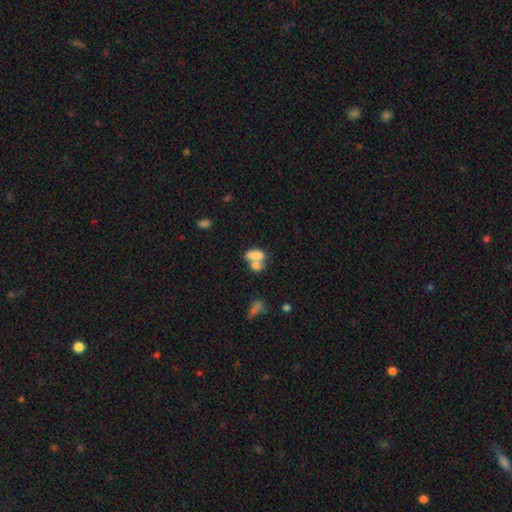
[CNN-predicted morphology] type=smooth (76%); roundness=in between (84%); merging=merger (61%).